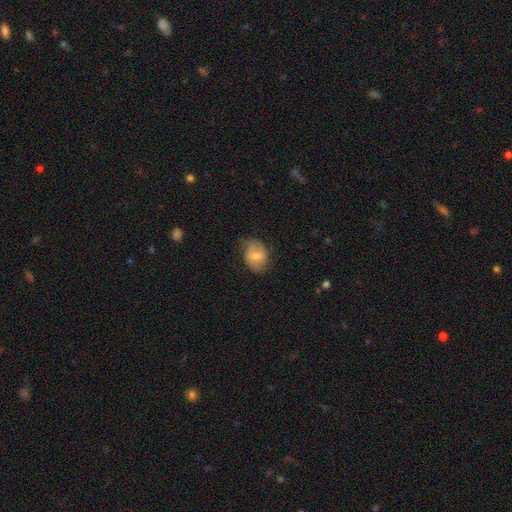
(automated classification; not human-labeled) Smooth or featured?
  - smooth: 58% *
  - featured or disk: 35%
  - star or artifact: 7%
How rounded?
  - in between: 58% *
  - round: 41%
  - cigar-shaped: 1%
Merging?
  - none: 62% *
  - minor disturbance: 27%
  - major disturbance: 10%
  - merger: 1%